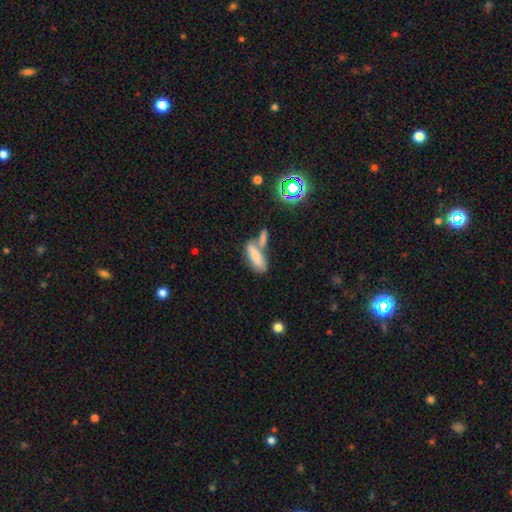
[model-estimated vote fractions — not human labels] A smooth galaxy with no disk features (71%) that is in between round and cigar-shaped (74%).

Vote fractions:
- Smooth or featured? smooth: 71% / featured or disk: 20% / star or artifact: 9%
- How rounded? in between: 74% / cigar-shaped: 23% / round: 3%
- Merging? merger: 49% / none: 33% / minor disturbance: 12% / major disturbance: 6%